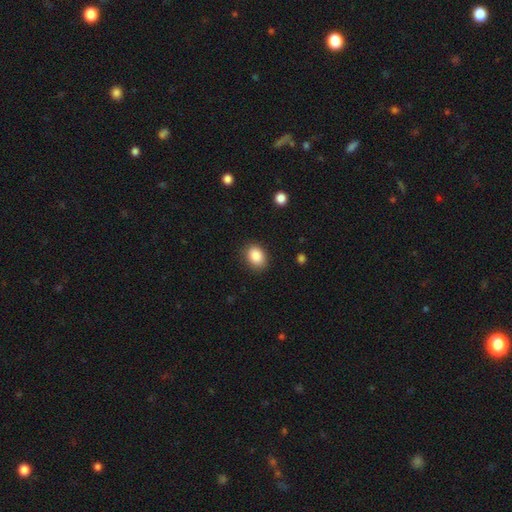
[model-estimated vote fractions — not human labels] Smooth or featured: smooth — 88% (star or artifact — 8%)
How rounded: in between — 65% (round — 34%)
Merging: none — 85% (minor disturbance — 11%)